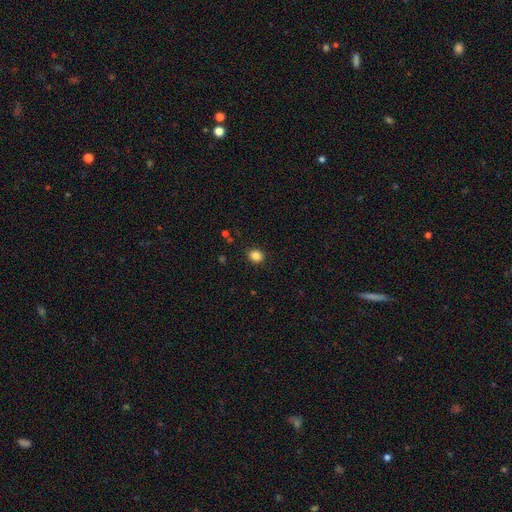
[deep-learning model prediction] Smooth or featured? Predicted: smooth (p=0.85). How rounded? Predicted: round (p=0.72). Merging? Predicted: none (p=0.90).